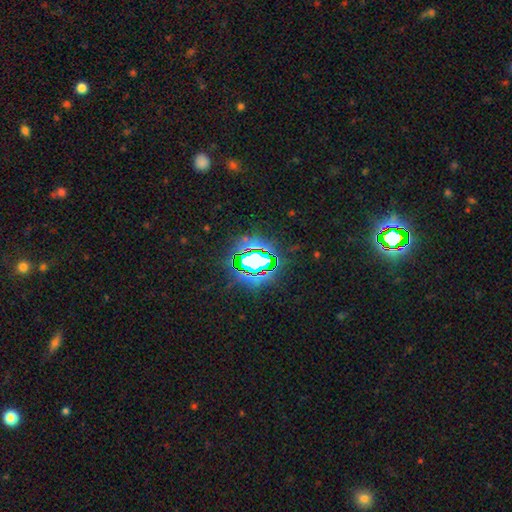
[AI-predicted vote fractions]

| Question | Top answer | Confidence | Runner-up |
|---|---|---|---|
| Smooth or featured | star or artifact | 82% | smooth (11%) |